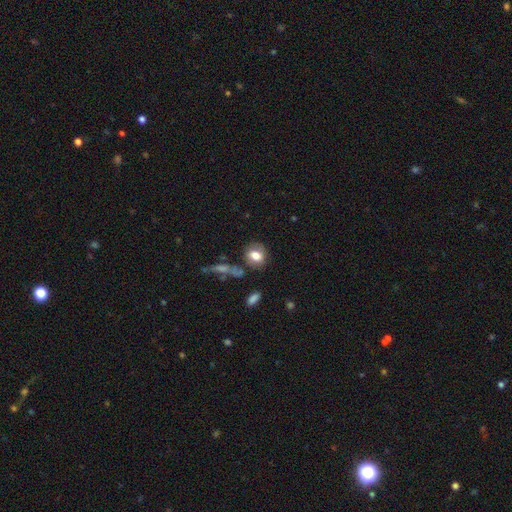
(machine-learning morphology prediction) Smooth or featured?
  - smooth: 72% *
  - featured or disk: 19%
  - star or artifact: 9%
How rounded?
  - round: 61% *
  - in between: 37%
  - cigar-shaped: 2%
Merging?
  - none: 71% *
  - minor disturbance: 17%
  - merger: 6%
  - major disturbance: 6%